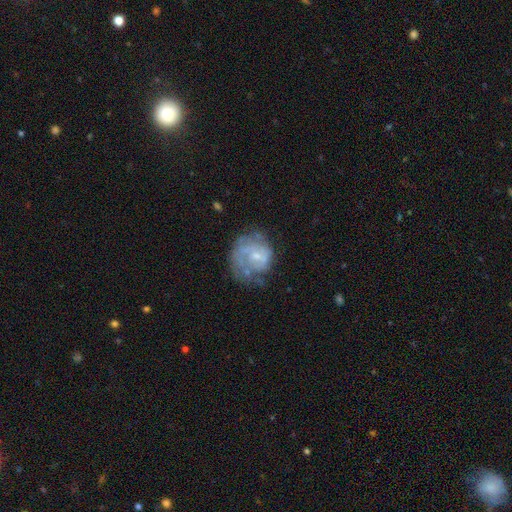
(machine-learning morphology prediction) Overall: featured or disk (68%). Edge-on disk: no (98%). Bar: no (66%; weak 30%). Spiral arms: yes (68%; no 32%). Bulge size: small (62%; moderate 29%). Merging: none (46%; minor disturbance 26%).